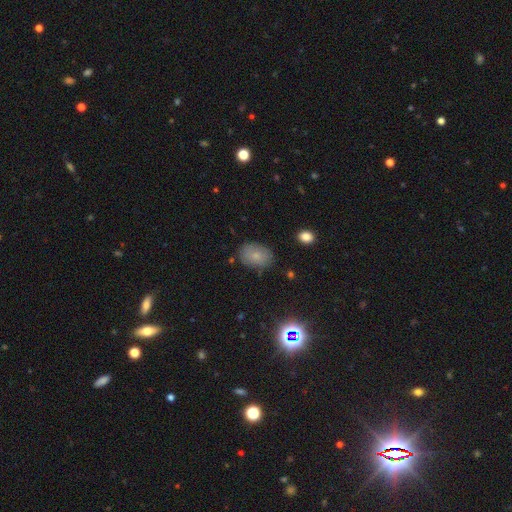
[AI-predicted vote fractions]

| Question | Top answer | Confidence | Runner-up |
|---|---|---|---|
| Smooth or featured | smooth | 76% | featured or disk (13%) |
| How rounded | in between | 80% | round (19%) |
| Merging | none | 79% | minor disturbance (16%) |